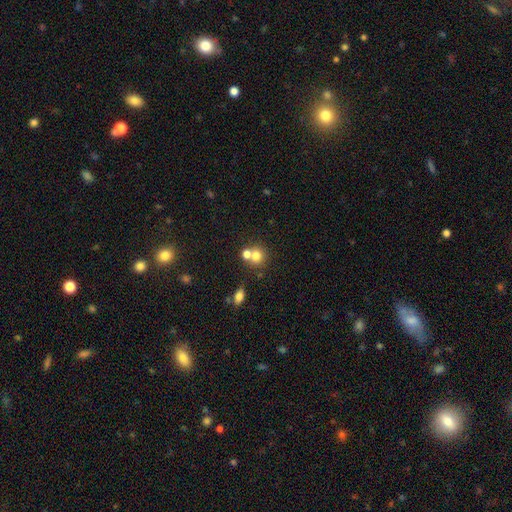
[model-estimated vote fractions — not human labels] smooth-or-featured: smooth: 73% | star or artifact: 13% | featured or disk: 13%
  how-rounded: round: 80% | in between: 19% | cigar-shaped: 1%
  merging: merger: 45% (tied) | none: 45% (tied) | minor disturbance: 7% | major disturbance: 3%